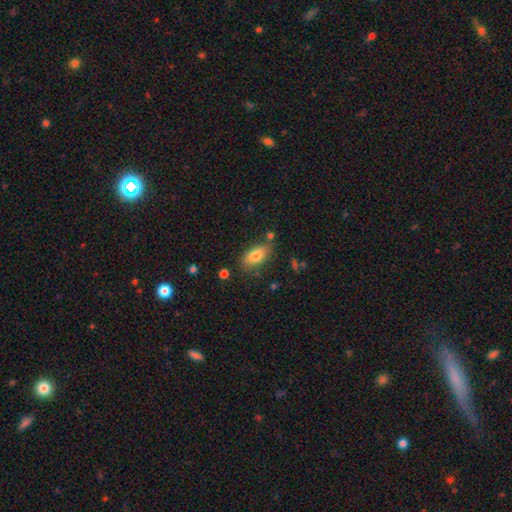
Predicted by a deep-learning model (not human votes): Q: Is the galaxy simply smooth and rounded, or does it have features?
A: smooth — 77%.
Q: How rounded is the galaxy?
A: in between — 84%.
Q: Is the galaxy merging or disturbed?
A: none — 75%.